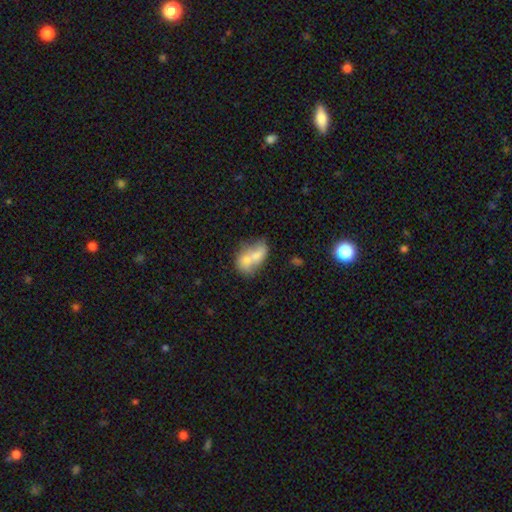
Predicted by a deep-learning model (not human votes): The model was most divided on "smooth or featured": smooth: 64%, featured or disk: 27%, star or artifact: 10%. More confident: how rounded — in between (76%); merging — merger (65%).